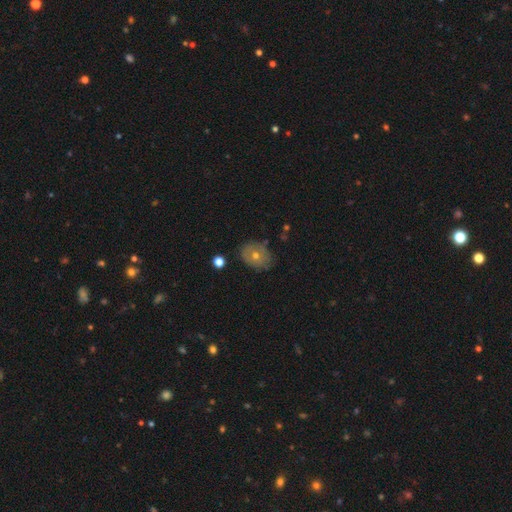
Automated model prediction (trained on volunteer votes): The model was most divided on "smooth or featured": smooth: 49%, featured or disk: 38%, star or artifact: 13%. More confident: merging — none (79%).